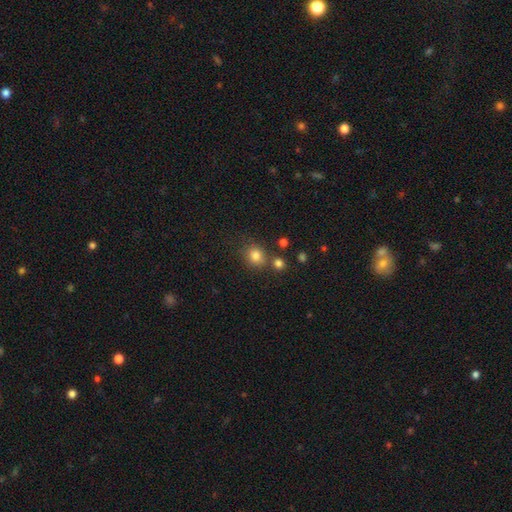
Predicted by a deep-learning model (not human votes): Morphology: type=smooth (81%); roundness=round (78%); merging=none (70%).